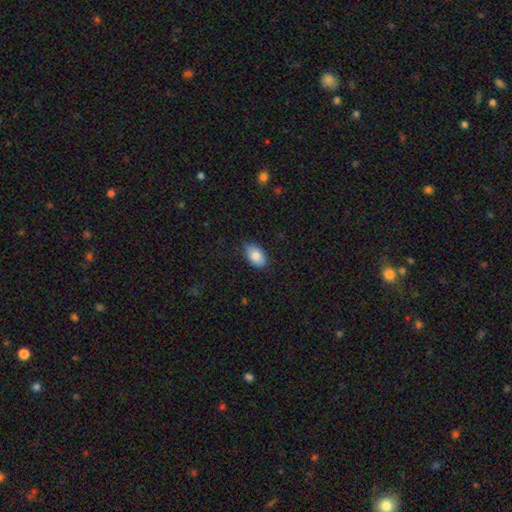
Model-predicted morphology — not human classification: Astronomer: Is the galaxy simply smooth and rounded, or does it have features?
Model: smooth — 84%.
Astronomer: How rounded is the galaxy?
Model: in between — 91%.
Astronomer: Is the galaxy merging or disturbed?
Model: none — 84%.